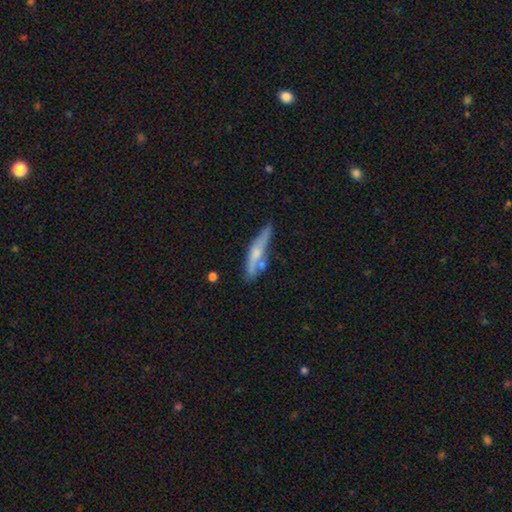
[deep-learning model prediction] This is possibly a featured or disk galaxy (49%). Merging: likely none (61%).